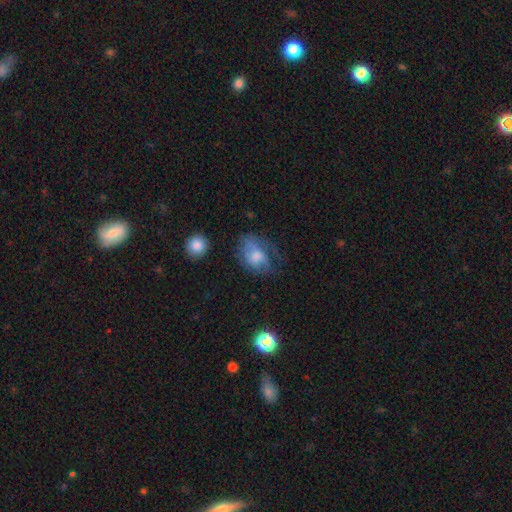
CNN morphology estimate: smooth_or_featured: smooth (p=0.47) [alt: featured or disk p=0.43]
merging: none (p=0.43) [alt: major disturbance p=0.28]